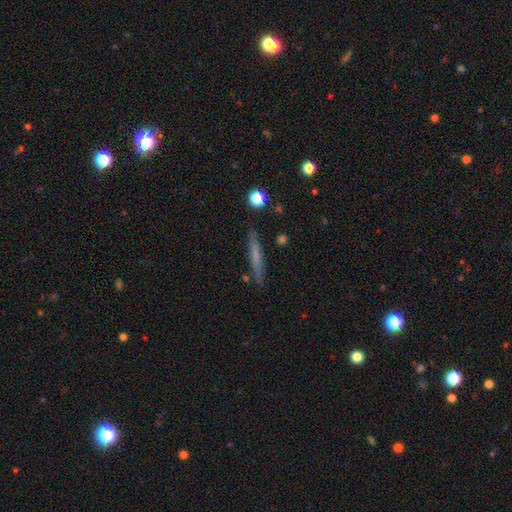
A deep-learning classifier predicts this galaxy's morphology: A smooth galaxy with no disk features (55%) that is cigar-shaped (94%). Merging: none (87%).